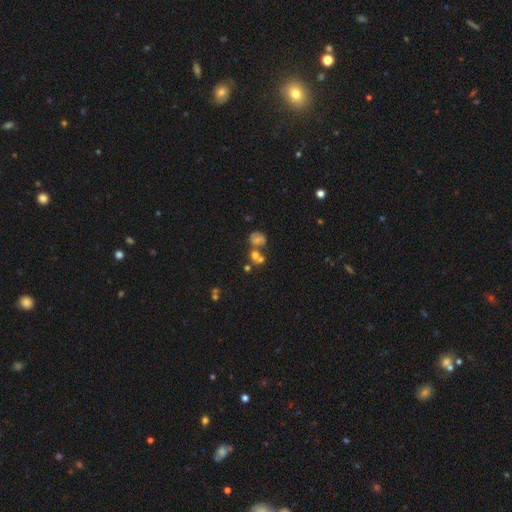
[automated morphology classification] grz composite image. It shows a smooth galaxy with no disk features (53%) that is round (70%). Merging: merger (44%).